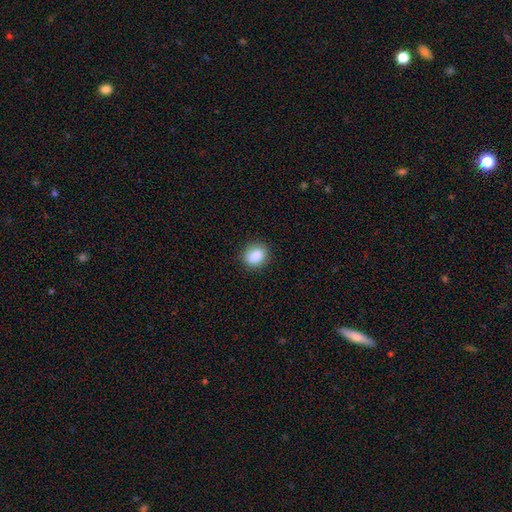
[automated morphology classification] type=smooth (85%); roundness=round (64%); merging=none (85%).